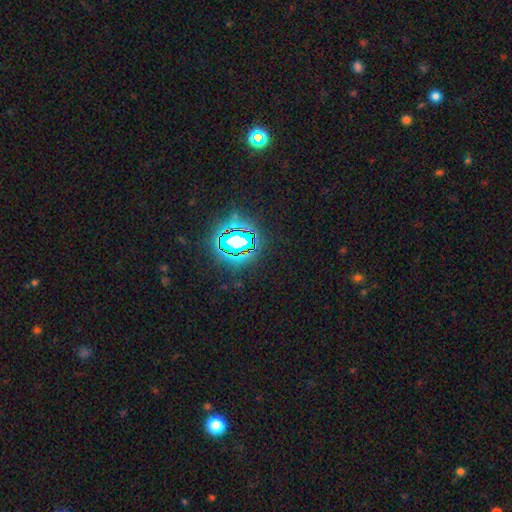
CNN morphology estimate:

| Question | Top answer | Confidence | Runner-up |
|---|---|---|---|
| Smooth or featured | star or artifact | 84% | smooth (10%) |